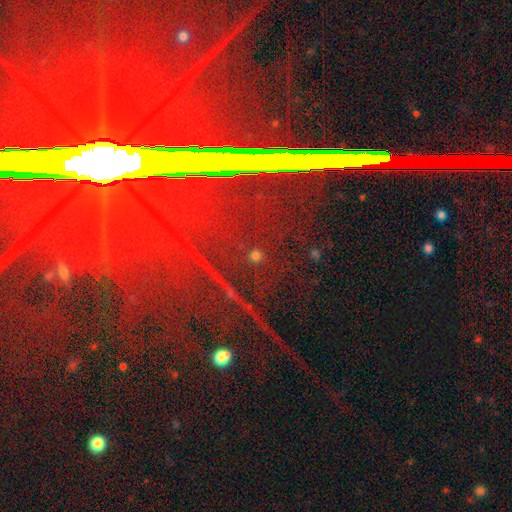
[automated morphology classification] Smooth or featured? star or artifact (68%)